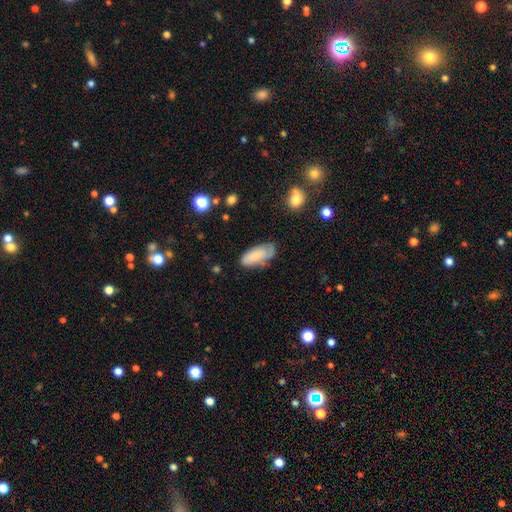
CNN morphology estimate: Smooth or featured? smooth (73%)
How rounded? in between (88%)
Merging? none (58%)